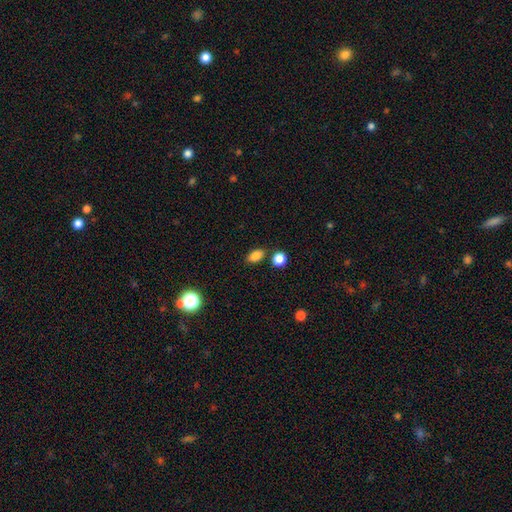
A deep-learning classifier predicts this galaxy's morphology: This is clearly a smooth galaxy (86%). How rounded: clearly in between (84%). Merging: likely none (78%).